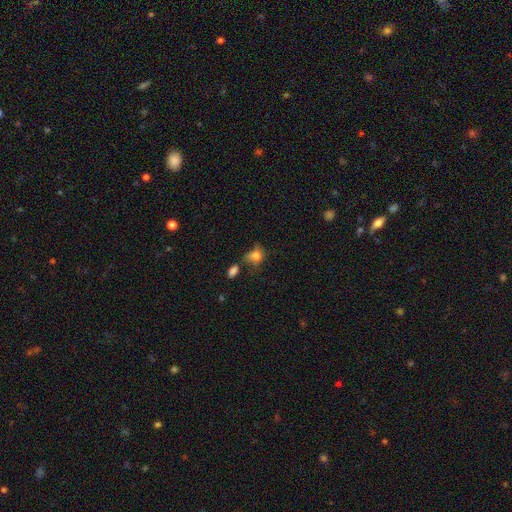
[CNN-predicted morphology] Smooth or featured?
  - smooth: 74% *
  - featured or disk: 14%
  - star or artifact: 12%
How rounded?
  - in between: 58% *
  - round: 40%
  - cigar-shaped: 2%
Merging?
  - none: 37% *
  - minor disturbance: 28%
  - major disturbance: 20%
  - merger: 15%